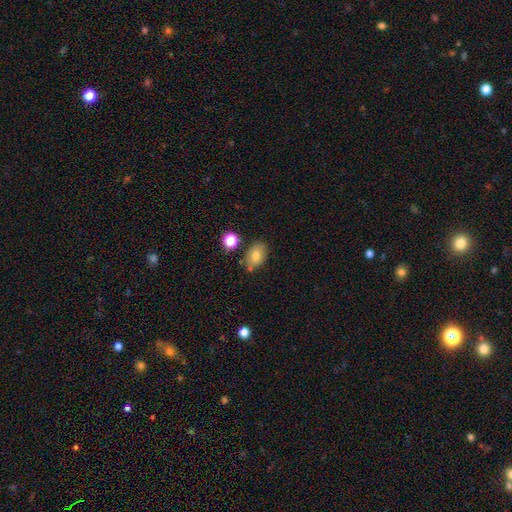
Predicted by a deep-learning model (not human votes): Smooth or featured? smooth (77%)
How rounded? in between (82%)
Merging? none (72%)